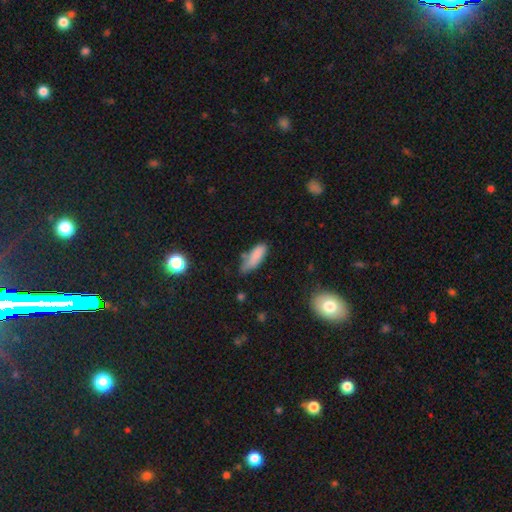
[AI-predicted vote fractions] Overall: smooth (82%). How rounded: in between (63%; cigar-shaped 35%). Merging: none (47%; minor disturbance 35%).